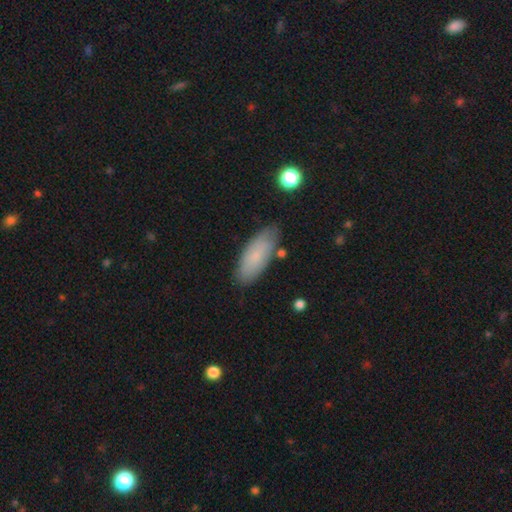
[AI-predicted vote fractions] This appears to be a smooth galaxy with no disk features (78%) that is in between round and cigar-shaped (77%). Merging: none (80%).